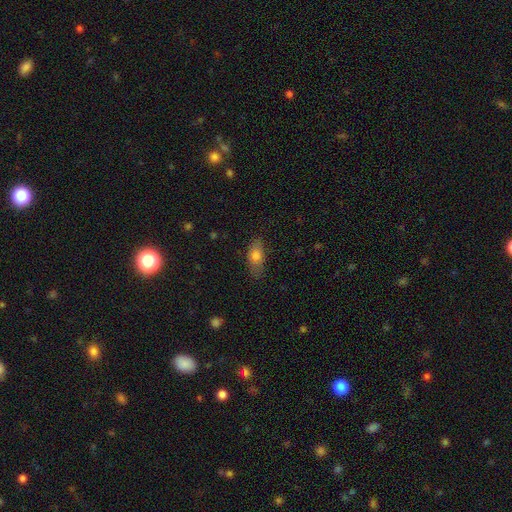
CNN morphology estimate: smooth 75%, featured or disk 18%, star or artifact 8%. Down the decision tree: how rounded — in between (83%); merging — none (74%).